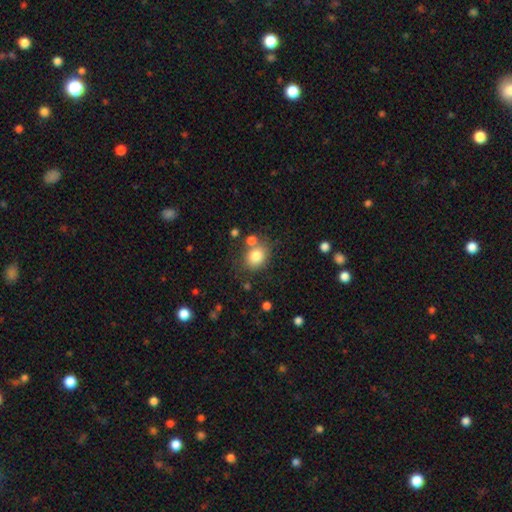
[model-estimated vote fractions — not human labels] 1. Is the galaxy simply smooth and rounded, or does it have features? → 81% smooth, 10% star or artifact, 9% featured or disk.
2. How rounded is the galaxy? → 63% round, 36% in between, 1% cigar-shaped.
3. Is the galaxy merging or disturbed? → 68% none, 14% merger, 13% minor disturbance, 5% major disturbance.